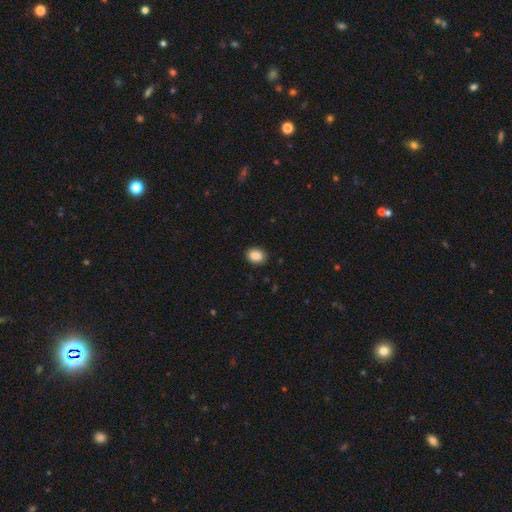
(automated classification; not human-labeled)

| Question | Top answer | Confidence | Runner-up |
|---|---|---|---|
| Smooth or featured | smooth | 88% | star or artifact (8%) |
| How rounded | in between | 63% | round (36%) |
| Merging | none | 89% | minor disturbance (8%) |